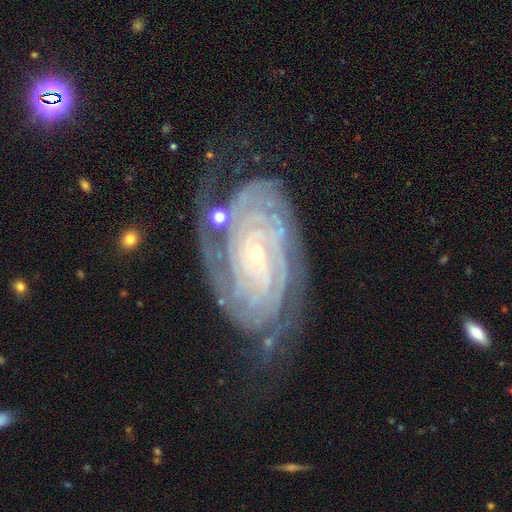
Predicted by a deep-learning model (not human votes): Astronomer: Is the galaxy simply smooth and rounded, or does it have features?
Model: featured or disk — 90%.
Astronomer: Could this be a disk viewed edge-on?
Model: no — 96%.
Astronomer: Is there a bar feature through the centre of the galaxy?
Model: no — 64%.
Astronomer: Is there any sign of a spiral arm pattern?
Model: yes — 98%.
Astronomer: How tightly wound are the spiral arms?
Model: tight — 85%.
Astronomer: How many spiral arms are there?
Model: can't tell — 23% (runner-up: 2, 21%).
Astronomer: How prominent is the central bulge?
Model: small — 82%.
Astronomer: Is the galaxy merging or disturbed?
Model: none — 66%.